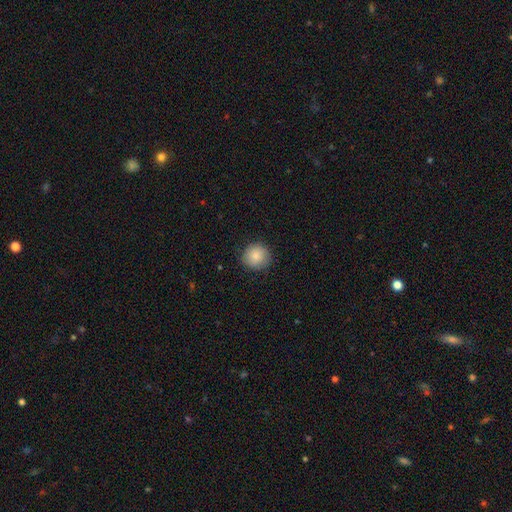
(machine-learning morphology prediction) A smooth galaxy with no disk features (86%) that is round (91%). Merging: none (86%).